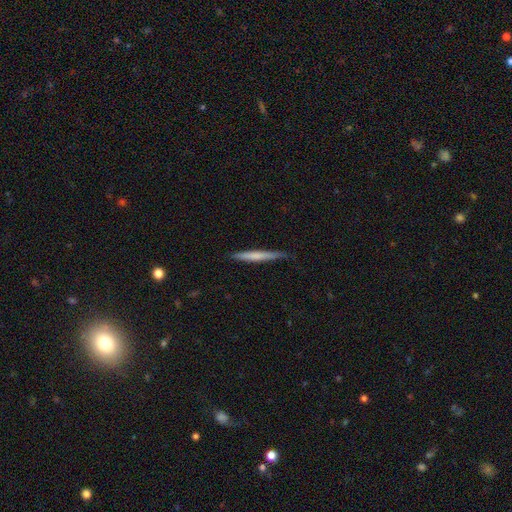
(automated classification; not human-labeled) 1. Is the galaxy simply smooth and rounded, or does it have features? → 61% smooth, 33% featured or disk, 5% star or artifact.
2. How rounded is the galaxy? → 96% cigar-shaped, 2% in between, 1% round.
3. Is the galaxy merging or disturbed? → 80% none, 16% minor disturbance, 2% major disturbance, 1% merger.